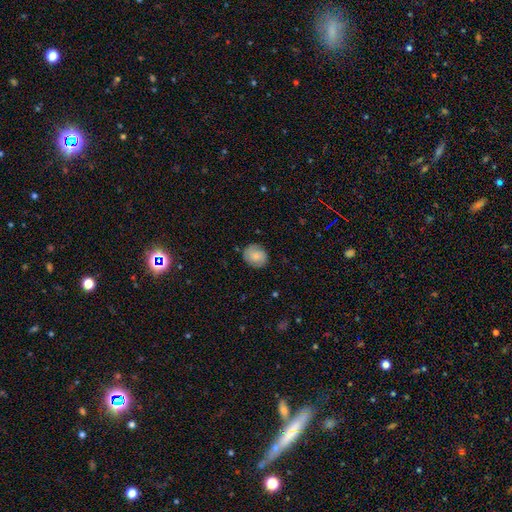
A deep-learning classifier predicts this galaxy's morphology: This is likely a smooth galaxy (70%). How rounded: likely round (70%). Merging: clearly none (82%).